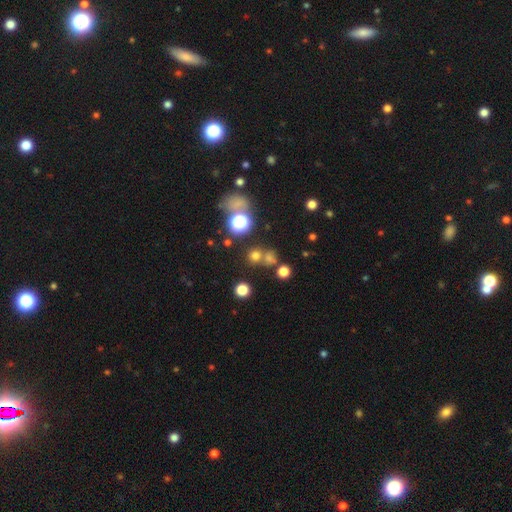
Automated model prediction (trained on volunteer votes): Overall: smooth (62%; star or artifact 29%). How rounded: round (89%). Merging: none (66%).